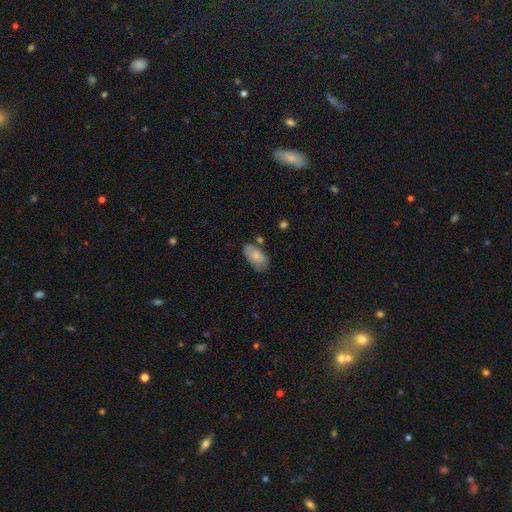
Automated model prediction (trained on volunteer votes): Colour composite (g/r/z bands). It shows a smooth galaxy with no disk features (76%) that is in between round and cigar-shaped (94%). Merging: none (60%).